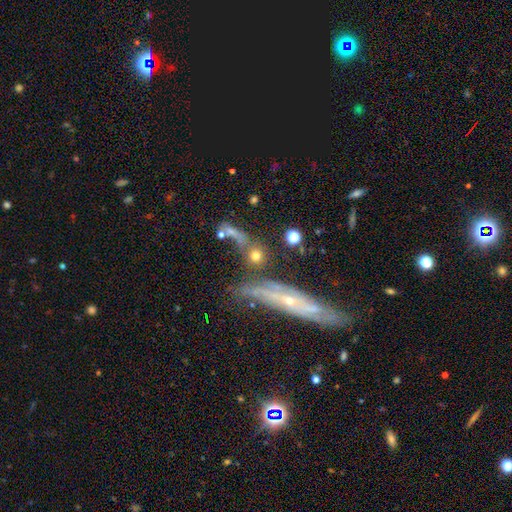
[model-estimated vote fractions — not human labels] smooth 64%, featured or disk 22%, star or artifact 14%. Down the decision tree: how rounded — round (75%); merging — none (57%).